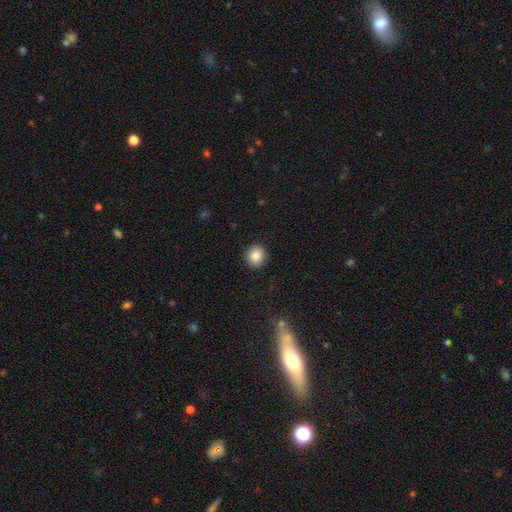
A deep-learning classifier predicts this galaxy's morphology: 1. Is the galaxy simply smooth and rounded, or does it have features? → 87% smooth, 9% star or artifact, 4% featured or disk.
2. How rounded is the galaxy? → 89% round, 10% in between, 1% cigar-shaped.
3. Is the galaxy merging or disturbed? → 92% none, 5% minor disturbance, 2% major disturbance, 1% merger.